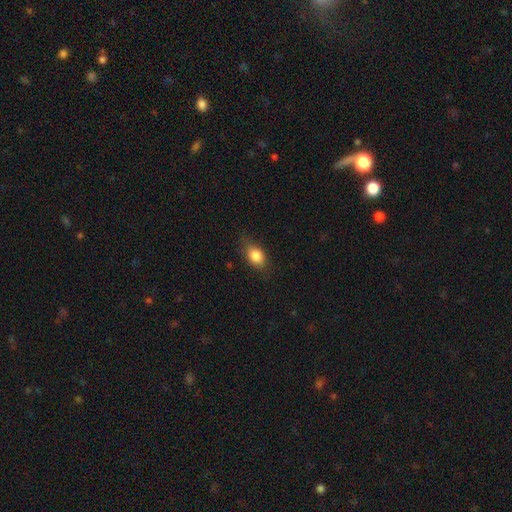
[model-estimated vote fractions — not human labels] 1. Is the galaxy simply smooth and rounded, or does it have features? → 83% smooth, 8% star or artifact, 8% featured or disk.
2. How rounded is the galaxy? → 75% in between, 22% round, 3% cigar-shaped.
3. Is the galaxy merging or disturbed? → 72% none, 21% minor disturbance, 5% major disturbance, 1% merger.